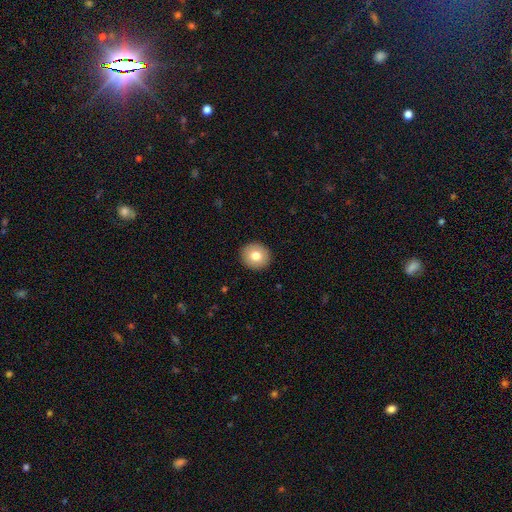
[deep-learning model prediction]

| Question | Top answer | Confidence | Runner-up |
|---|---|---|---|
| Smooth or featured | smooth | 77% | featured or disk (14%) |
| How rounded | round | 88% | in between (11%) |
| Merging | none | 92% | minor disturbance (5%) |